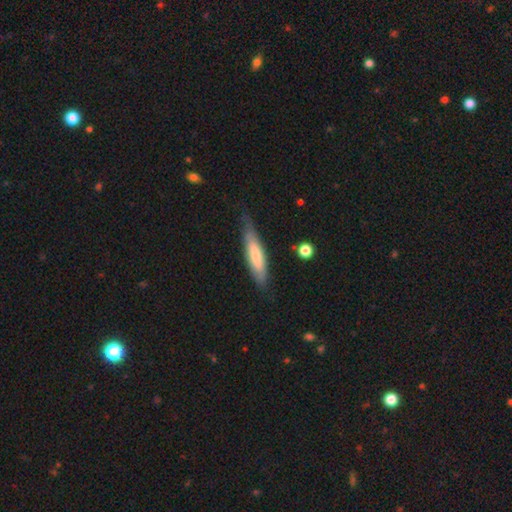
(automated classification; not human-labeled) Overall: smooth (65%; featured or disk 30%). How rounded: cigar-shaped (74%). Merging: none (72%).